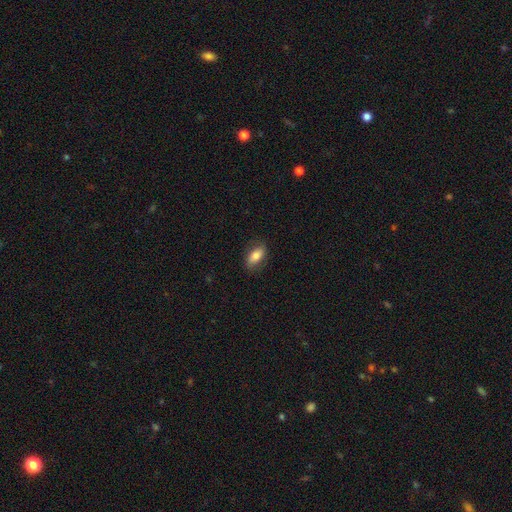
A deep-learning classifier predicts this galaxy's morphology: A smooth galaxy with no disk features (75%) that is in between round and cigar-shaped (88%).

Vote fractions:
- Smooth or featured? smooth: 75% / featured or disk: 18% / star or artifact: 7%
- How rounded? in between: 88% / cigar-shaped: 7% / round: 5%
- Merging? none: 79% / minor disturbance: 16% / major disturbance: 4% / merger: 1%